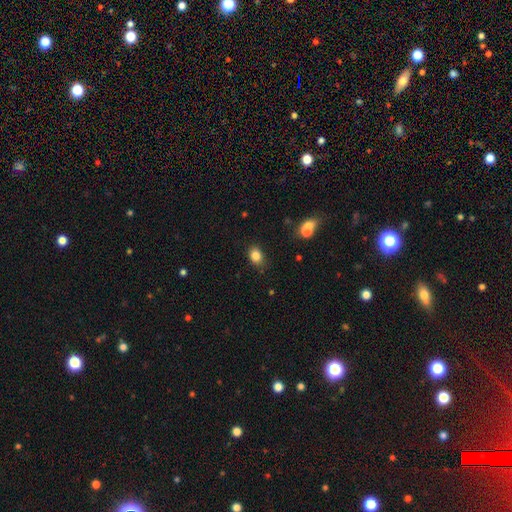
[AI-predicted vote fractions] Smooth or featured? Predicted: smooth (p=0.84). How rounded? Predicted: in between (p=0.62). Merging? Predicted: none (p=0.82).